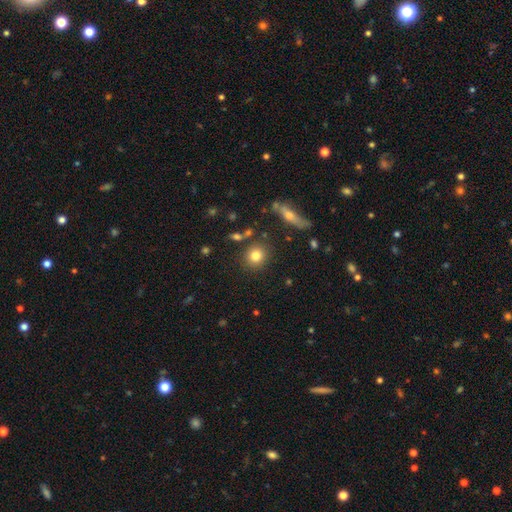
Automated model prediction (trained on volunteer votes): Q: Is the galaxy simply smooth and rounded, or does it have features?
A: smooth — 80%.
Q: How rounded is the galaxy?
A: round — 85%.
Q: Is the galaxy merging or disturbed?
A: none — 84%.